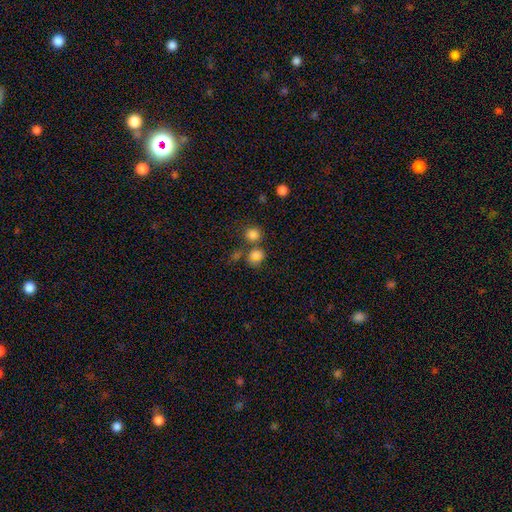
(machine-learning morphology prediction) A smooth galaxy with no disk features (80%) that is round (75%). Merging: none (56%).